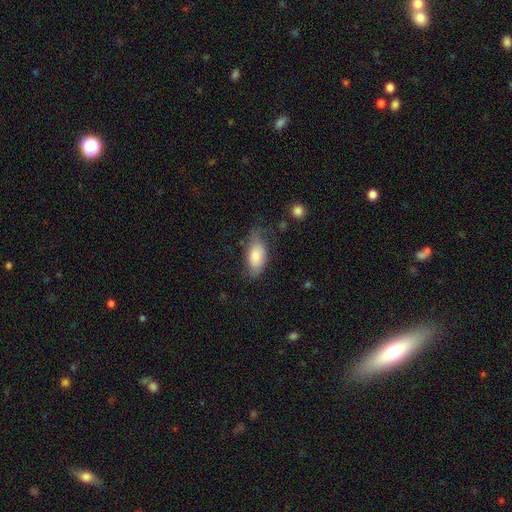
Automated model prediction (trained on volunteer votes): The model was most divided on "merging": none: 53%, minor disturbance: 32%, major disturbance: 12%, merger: 2%. More confident: how rounded — in between (89%); smooth or featured — smooth (74%).